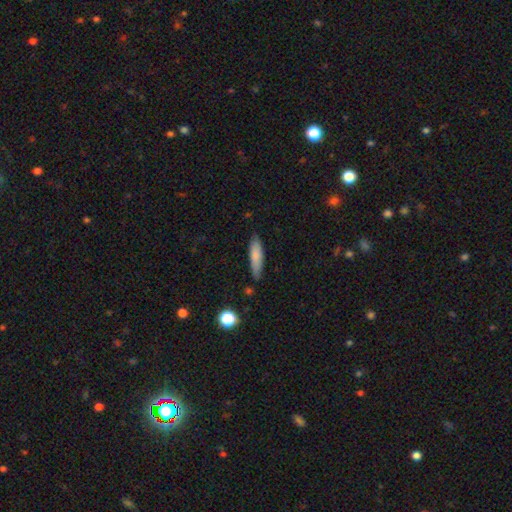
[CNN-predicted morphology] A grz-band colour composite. It shows a smooth galaxy with no disk features (79%) that is cigar-shaped (72%). Merging: none (81%).